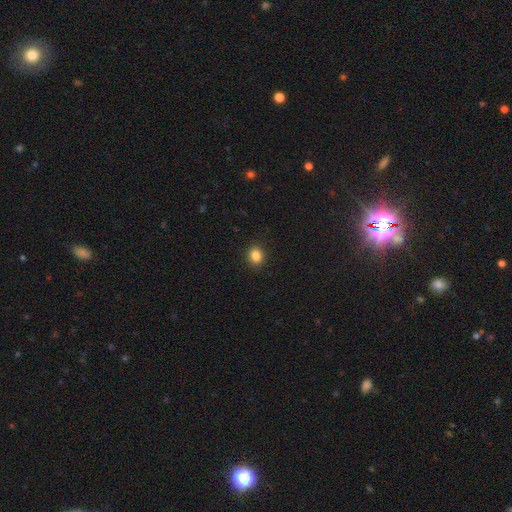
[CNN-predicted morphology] A smooth galaxy with no disk features (85%) that is round (60%).

Vote fractions:
- Smooth or featured? smooth: 85% / star or artifact: 11% / featured or disk: 4%
- How rounded? round: 60% / in between: 39% / cigar-shaped: 1%
- Merging? none: 90% / minor disturbance: 7% / major disturbance: 2% / merger: 1%